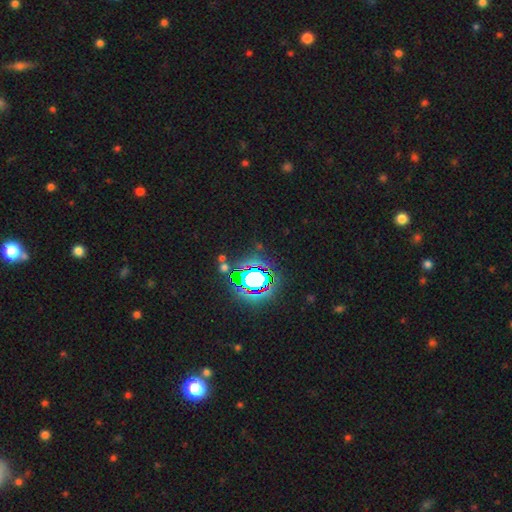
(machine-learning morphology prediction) Smooth or featured? star or artifact (78%)